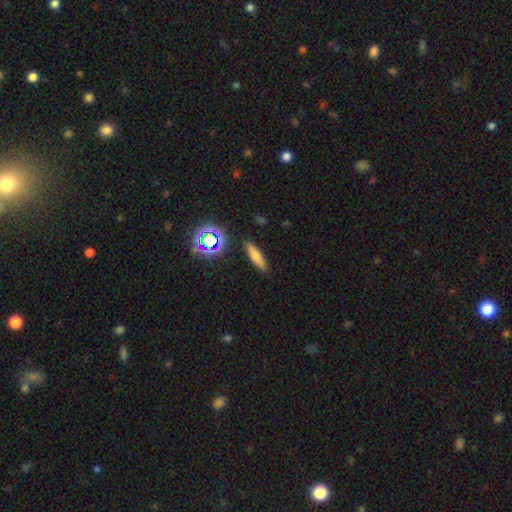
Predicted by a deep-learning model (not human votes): A smooth galaxy with no disk features (68%) that is cigar-shaped (65%). Merging: none (87%).